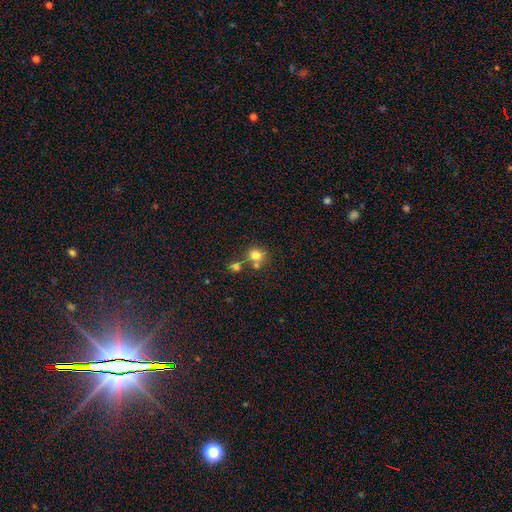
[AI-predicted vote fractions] The model was most divided on "merging": none: 55%, merger: 31%, minor disturbance: 10%, major disturbance: 4%. More confident: how rounded — round (80%); smooth or featured — smooth (77%).